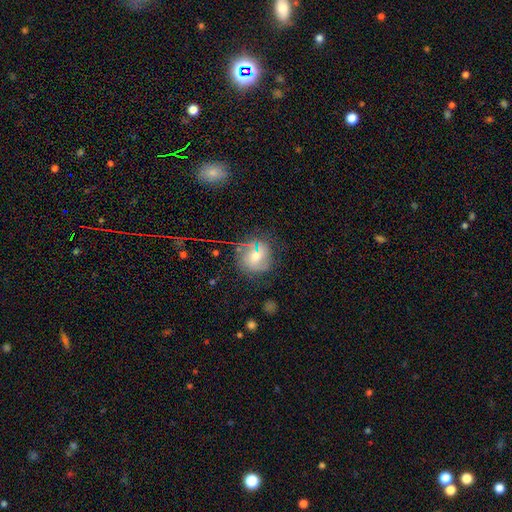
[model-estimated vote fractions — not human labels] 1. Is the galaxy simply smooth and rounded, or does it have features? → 44% featured or disk, 43% smooth, 12% star or artifact.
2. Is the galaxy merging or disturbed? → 67% none, 20% minor disturbance, 9% major disturbance, 3% merger.